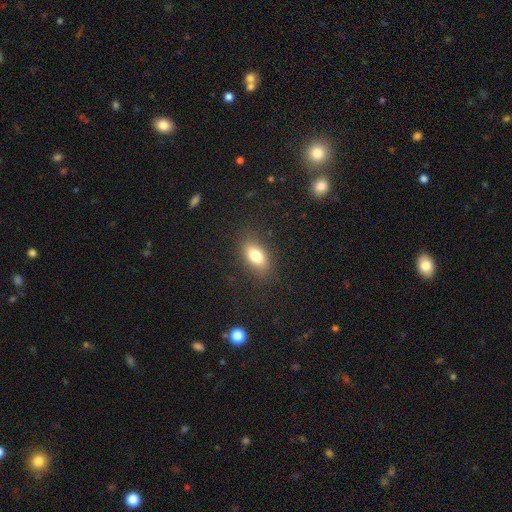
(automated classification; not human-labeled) A smooth galaxy with no disk features (79%) that is in between round and cigar-shaped (87%). Merging: none (83%).